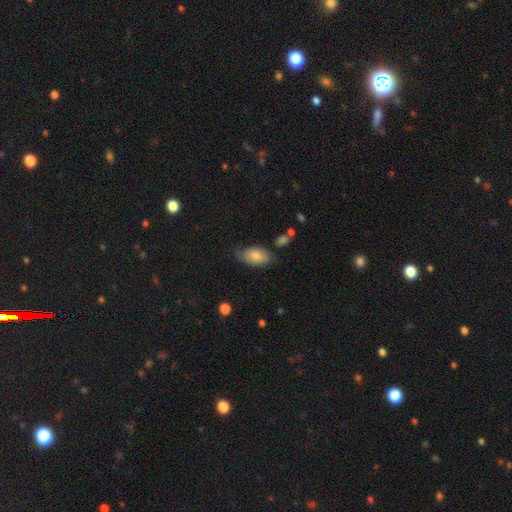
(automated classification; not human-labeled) The model was most divided on "merging": none: 60%, minor disturbance: 29%, major disturbance: 8%, merger: 3%. More confident: how rounded — in between (93%); smooth or featured — smooth (69%).